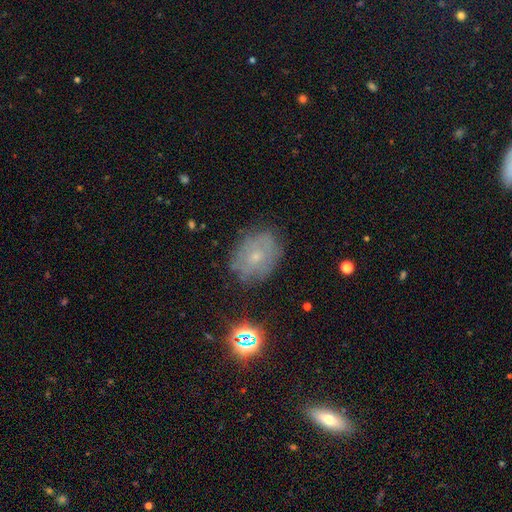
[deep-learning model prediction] Smooth or featured? Predicted: smooth (p=0.43). Merging? Predicted: none (p=0.76).